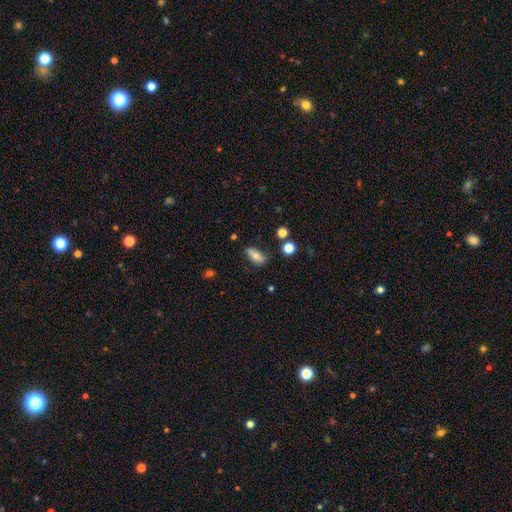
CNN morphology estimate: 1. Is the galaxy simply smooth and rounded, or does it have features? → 69% smooth, 22% featured or disk, 9% star or artifact.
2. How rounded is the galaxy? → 82% in between, 13% cigar-shaped, 5% round.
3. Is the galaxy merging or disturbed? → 74% none, 19% minor disturbance, 5% major disturbance, 3% merger.